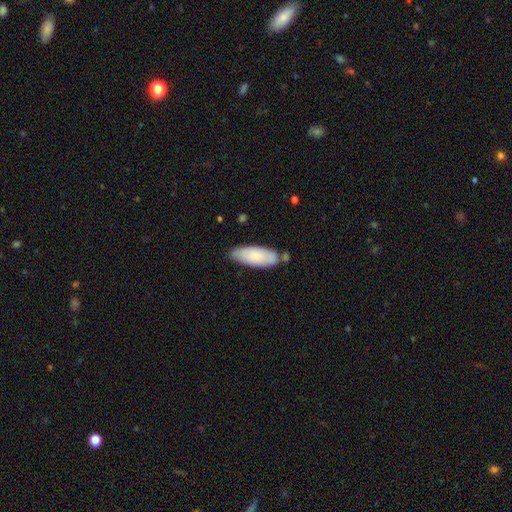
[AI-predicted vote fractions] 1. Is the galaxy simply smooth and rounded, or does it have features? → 79% smooth, 15% featured or disk, 6% star or artifact.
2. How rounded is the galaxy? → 76% in between, 23% cigar-shaped, 2% round.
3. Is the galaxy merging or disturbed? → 71% none, 19% minor disturbance, 6% merger, 3% major disturbance.